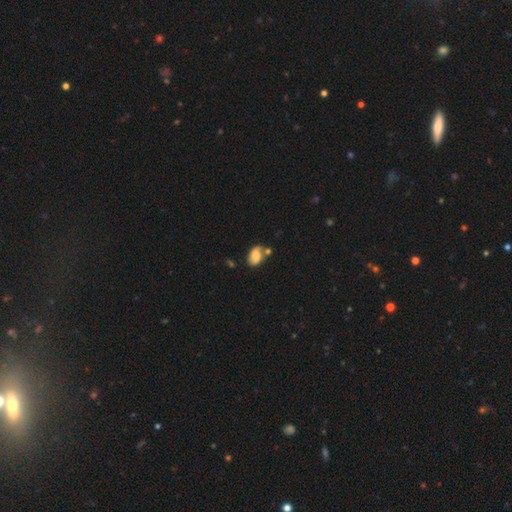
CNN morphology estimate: A smooth galaxy with no disk features (58%) that is in between round and cigar-shaped (86%). Merging: none (48%).